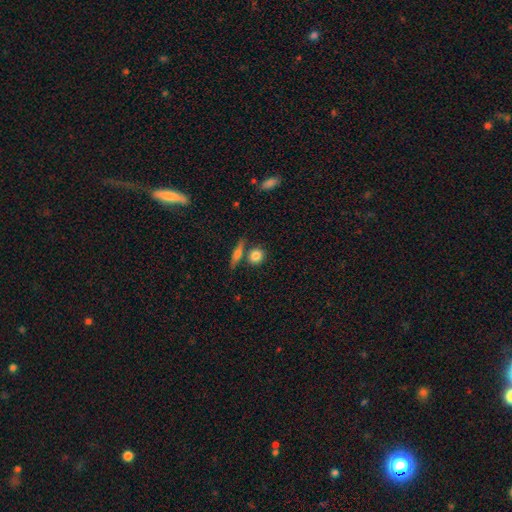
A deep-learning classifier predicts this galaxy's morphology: Overall: smooth (82%). How rounded: round (75%). Merging: none (69%).